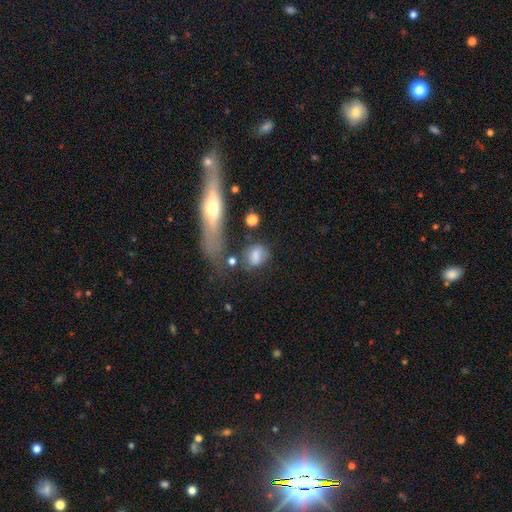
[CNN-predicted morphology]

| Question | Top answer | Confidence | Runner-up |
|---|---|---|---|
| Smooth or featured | smooth | 74% | featured or disk (16%) |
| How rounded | in between | 52% | round (43%) |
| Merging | none | 55% | minor disturbance (21%) |